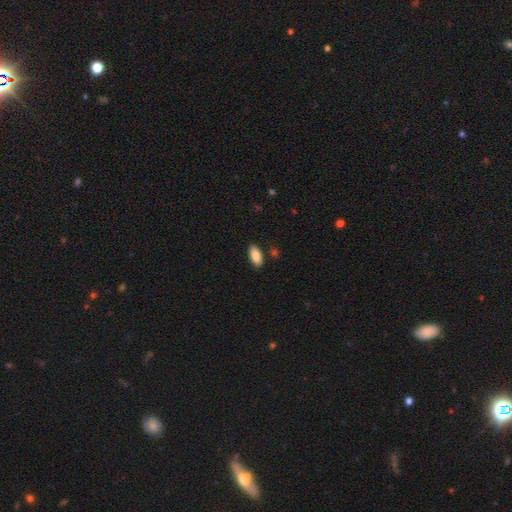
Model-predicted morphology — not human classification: type=smooth (85%); roundness=in between (90%); merging=none (87%).